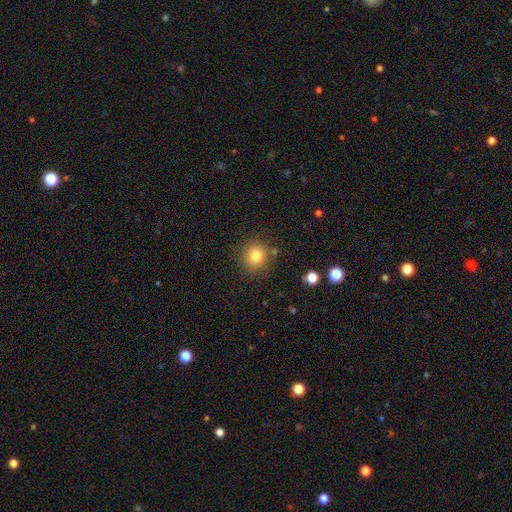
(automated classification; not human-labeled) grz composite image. It shows a smooth galaxy with no disk features (80%) that is round (90%). Merging: none (84%).